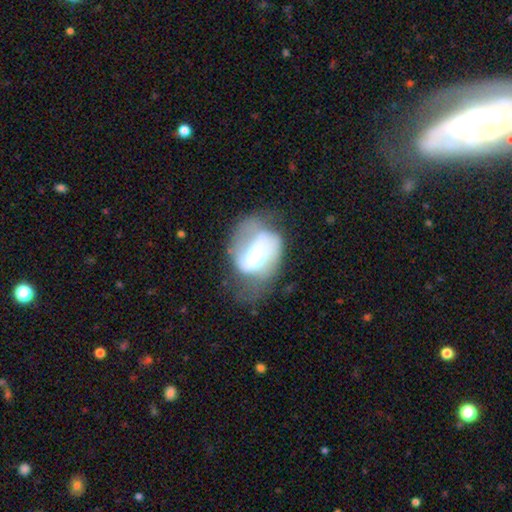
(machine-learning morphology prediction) Smooth or featured? Predicted: featured or disk (p=0.63). Edge-on disk? Predicted: no (p=0.96). Bar? Predicted: no (p=0.41). Spiral arms? Predicted: yes (p=0.69). Bulge size? Predicted: moderate (p=0.61). Merging? Predicted: major disturbance (p=0.37).